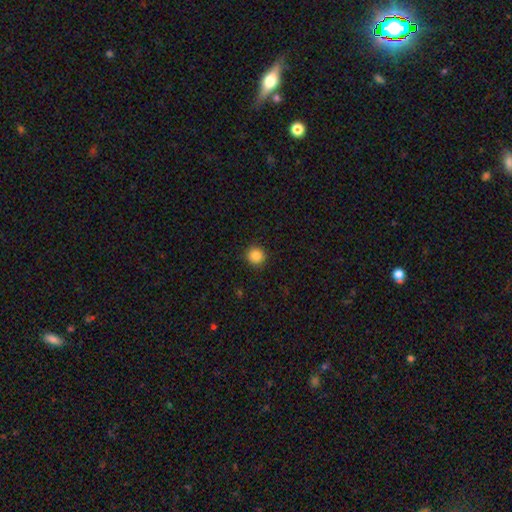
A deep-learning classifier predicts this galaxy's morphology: This is clearly a smooth galaxy (86%). How rounded: clearly round (94%). Merging: clearly none (92%).